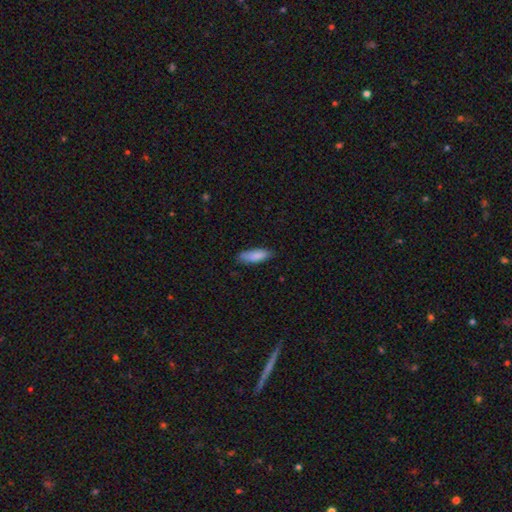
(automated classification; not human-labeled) Smooth or featured?
  - smooth: 86% *
  - featured or disk: 8%
  - star or artifact: 6%
How rounded?
  - in between: 61% *
  - cigar-shaped: 37%
  - round: 2%
Merging?
  - none: 76% *
  - minor disturbance: 20%
  - major disturbance: 3%
  - merger: 1%